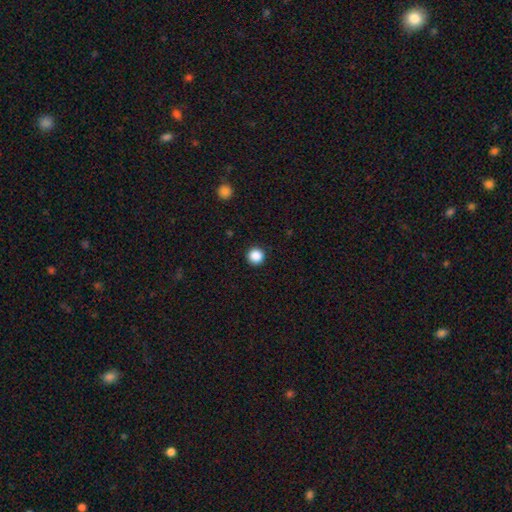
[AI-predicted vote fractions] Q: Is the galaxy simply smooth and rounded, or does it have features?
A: smooth — 88%.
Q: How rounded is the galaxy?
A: round — 96%.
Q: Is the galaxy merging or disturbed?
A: none — 93%.